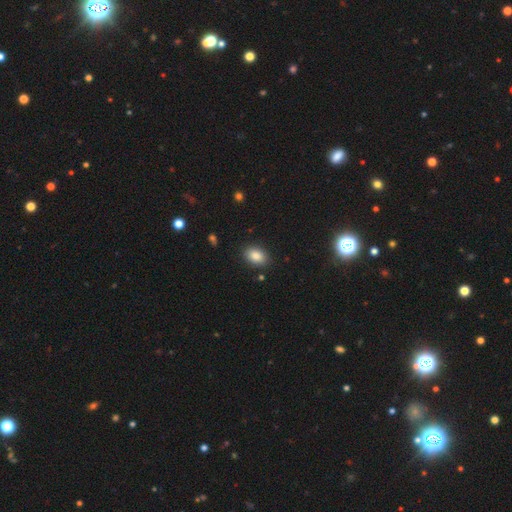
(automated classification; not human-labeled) smooth 86%, star or artifact 8%, featured or disk 5%. Down the decision tree: how rounded — in between (83%); merging — none (87%).